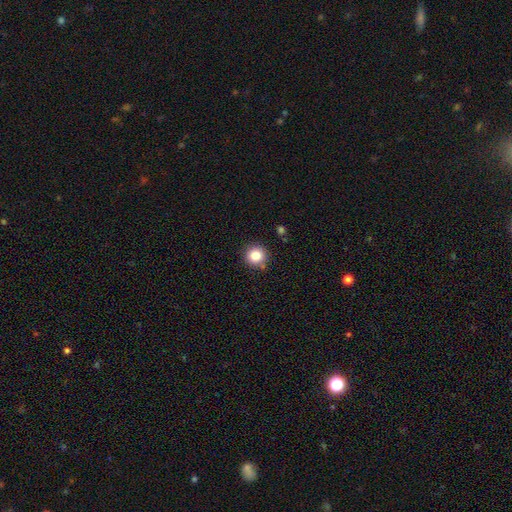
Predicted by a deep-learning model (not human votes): This is clearly a smooth galaxy (82%). How rounded: clearly round (93%). Merging: clearly none (86%).